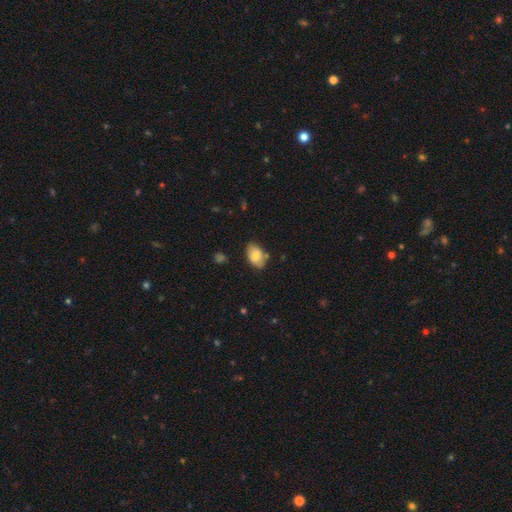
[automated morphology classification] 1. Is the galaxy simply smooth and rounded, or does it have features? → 80% smooth, 13% featured or disk, 7% star or artifact.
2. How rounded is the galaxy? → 90% in between, 9% round, 1% cigar-shaped.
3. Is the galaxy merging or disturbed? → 73% none, 20% minor disturbance, 4% major disturbance, 4% merger.